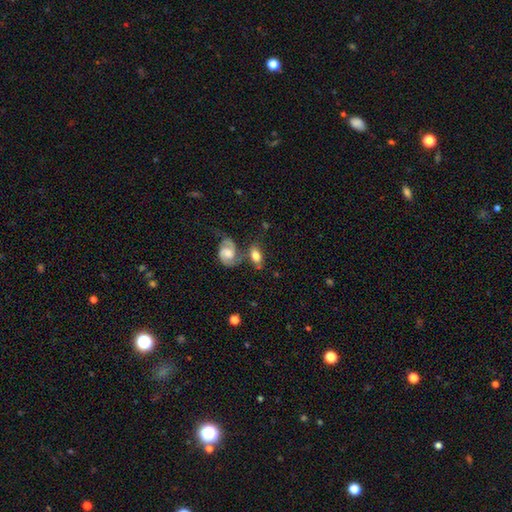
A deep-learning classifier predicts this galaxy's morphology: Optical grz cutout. It shows a smooth galaxy with no disk features (62%) that is in between round and cigar-shaped (85%). Merging: none (45%).